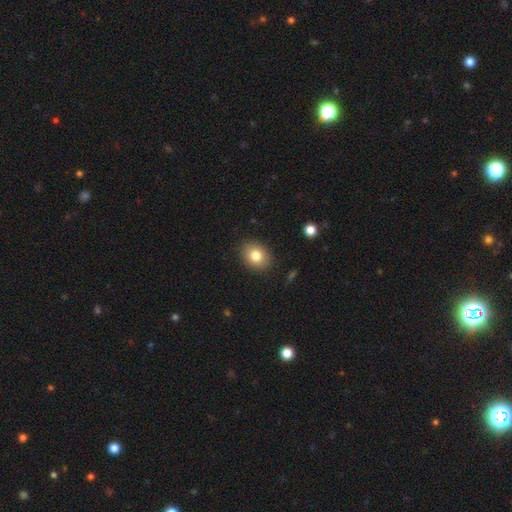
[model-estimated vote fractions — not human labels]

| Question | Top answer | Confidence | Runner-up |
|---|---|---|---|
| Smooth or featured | smooth | 82% | star or artifact (9%) |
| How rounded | in between | 51% | round (48%) |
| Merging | none | 88% | minor disturbance (8%) |